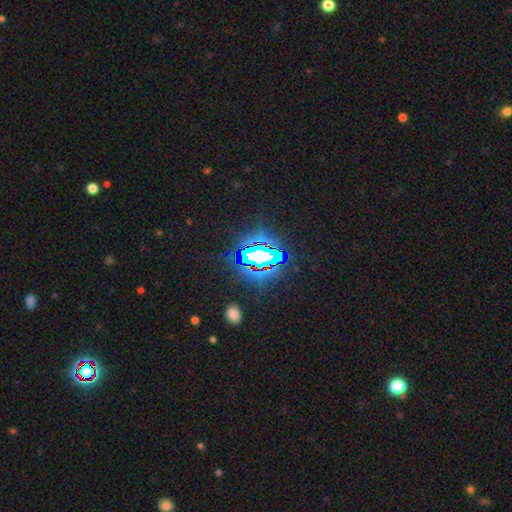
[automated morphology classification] A star or artifact, not a galaxy (71%).